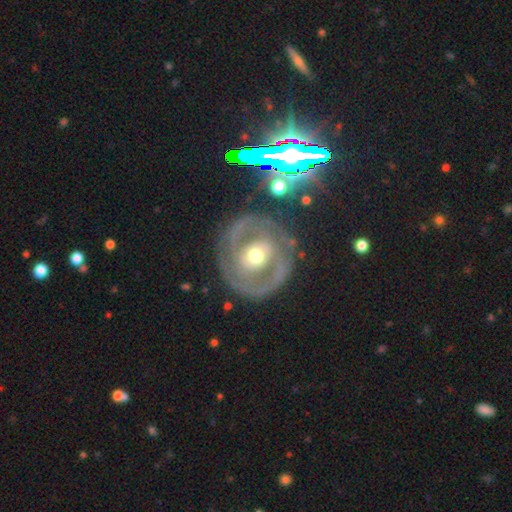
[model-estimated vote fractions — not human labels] smooth-or-featured: featured or disk: 81% | smooth: 14% | star or artifact: 5%
  disk-edge-on: no: 97% | yes: 3%
    bar: no: 55% | weak: 30% | strong: 15%
    has-spiral-arms: yes: 77% | no: 23%
      spiral-winding: tight: 50% | medium: 36% | loose: 14%
      spiral-arm-count: 2: 68% | can't tell: 15% | 3: 6% | 1: 6% | 4: 3% | more than 4: 3%
    bulge-size: moderate: 71% | small: 14% | large: 13% | dominant: 1% | none: 1%
  merging: none: 74% | minor disturbance: 14% | major disturbance: 9% | merger: 3%